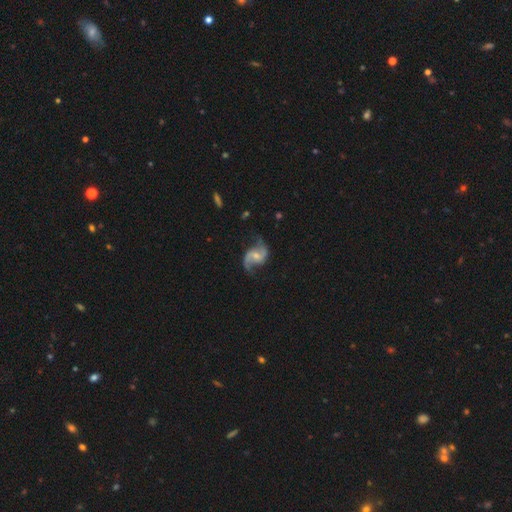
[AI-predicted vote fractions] This is clearly a featured or disk galaxy (89%). It is clearly not viewed edge-on (98%). Bar: possibly weak (48%). Spiral arm pattern: clearly yes (97%). Spiral arm count: clearly 2 (92%). Spiral winding: possibly loose (59%). Central bulge: possibly small (46%). Merging: likely none (74%).